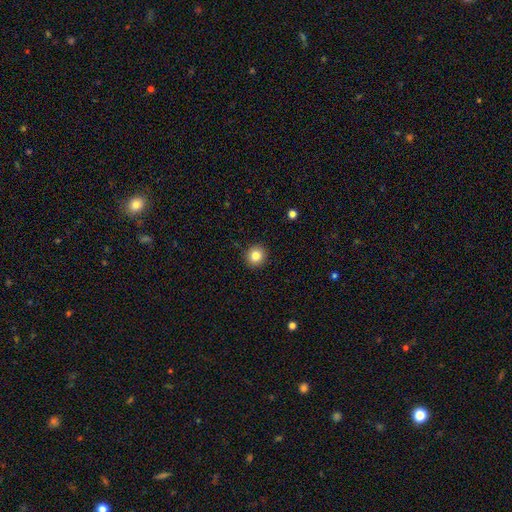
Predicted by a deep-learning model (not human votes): Morphology: type=smooth (83%); roundness=round (93%); merging=none (92%).